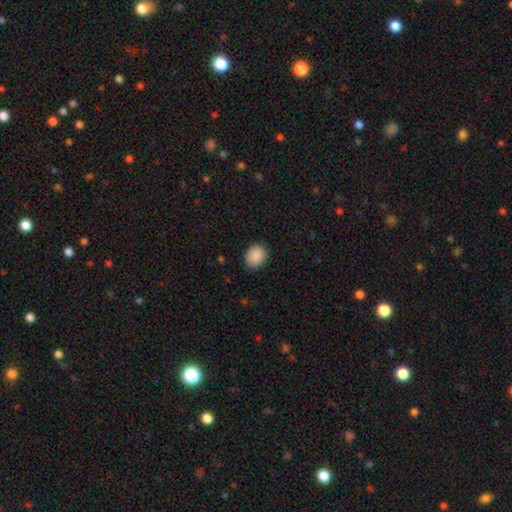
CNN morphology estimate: Smooth or featured? smooth (89%)
How rounded? round (57%)
Merging? none (85%)